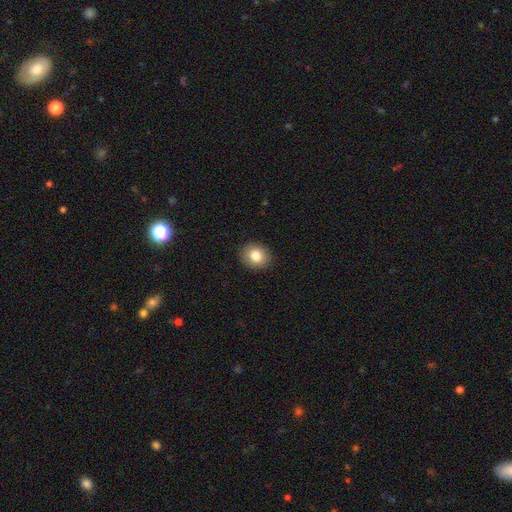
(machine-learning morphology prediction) Smooth or featured? Predicted: smooth (p=0.82). How rounded? Predicted: round (p=0.68). Merging? Predicted: none (p=0.90).